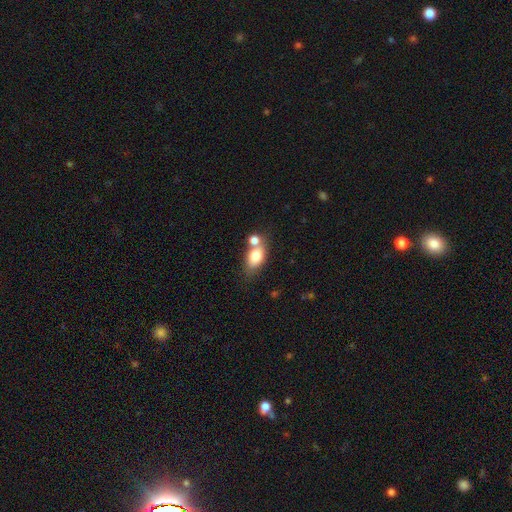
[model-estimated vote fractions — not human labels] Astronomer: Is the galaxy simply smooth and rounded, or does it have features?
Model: smooth — 78%.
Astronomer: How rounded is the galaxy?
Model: in between — 78%.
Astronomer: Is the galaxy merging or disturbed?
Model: merger — 42% (runner-up: none, 41%).